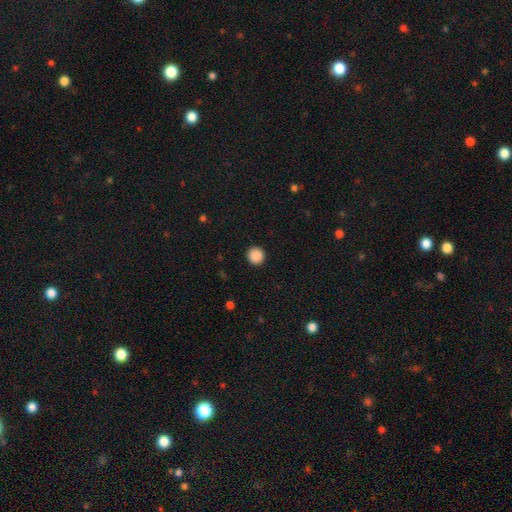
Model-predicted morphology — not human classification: Smooth or featured? smooth (89%)
How rounded? round (94%)
Merging? none (93%)